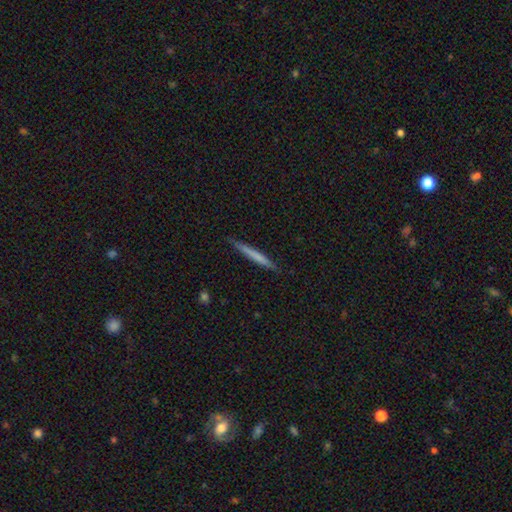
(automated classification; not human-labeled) Morphology: type=smooth (61%); roundness=cigar-shaped (97%); merging=none (89%).